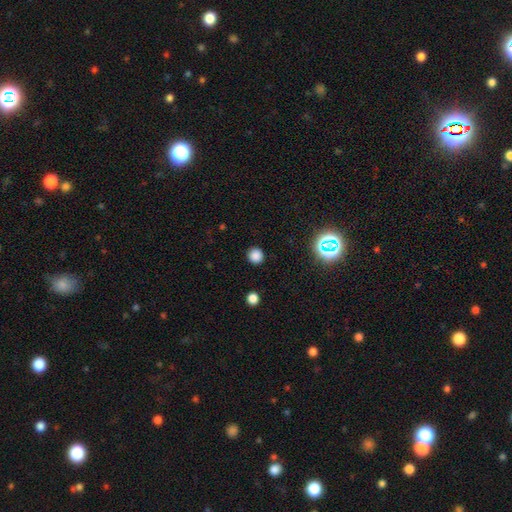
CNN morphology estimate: Overall: smooth (81%). How rounded: round (91%). Merging: none (90%).